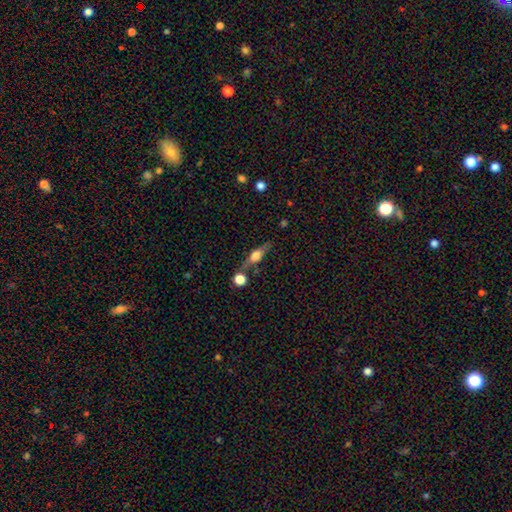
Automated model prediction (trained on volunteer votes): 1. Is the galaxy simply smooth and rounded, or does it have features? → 48% smooth, 43% featured or disk, 9% star or artifact.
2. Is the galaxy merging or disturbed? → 61% none, 17% minor disturbance, 16% merger, 6% major disturbance.